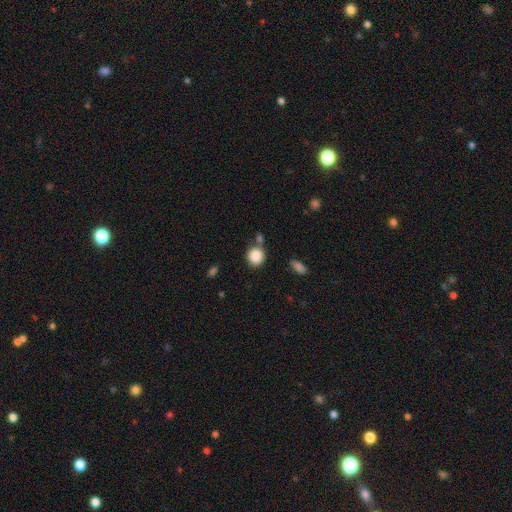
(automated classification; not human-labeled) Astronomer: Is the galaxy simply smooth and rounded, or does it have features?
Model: smooth — 87%.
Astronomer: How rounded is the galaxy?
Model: round — 85%.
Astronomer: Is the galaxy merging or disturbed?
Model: none — 71%.